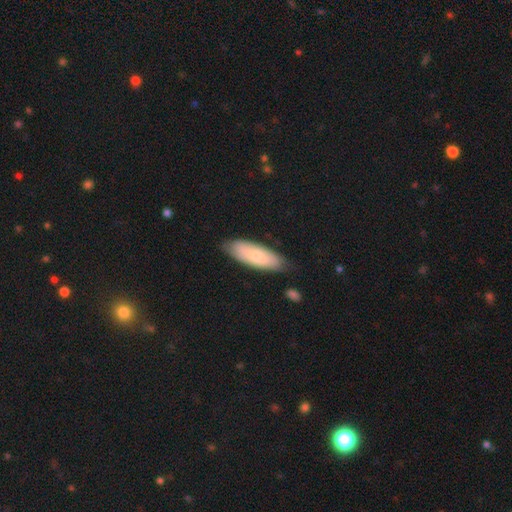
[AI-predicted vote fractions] A smooth galaxy with no disk features (73%) that is in between round and cigar-shaped (69%).

Vote fractions:
- Smooth or featured? smooth: 73% / featured or disk: 21% / star or artifact: 6%
- How rounded? in between: 69% / cigar-shaped: 29% / round: 2%
- Merging? none: 76% / minor disturbance: 19% / major disturbance: 3% / merger: 2%